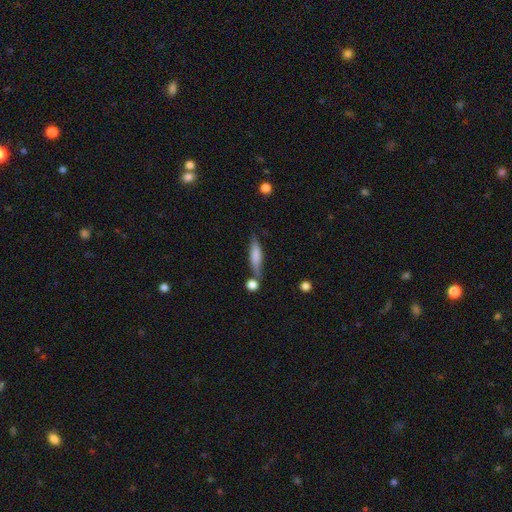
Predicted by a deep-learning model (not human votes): Overall: smooth (68%). How rounded: cigar-shaped (69%). Merging: none (60%).